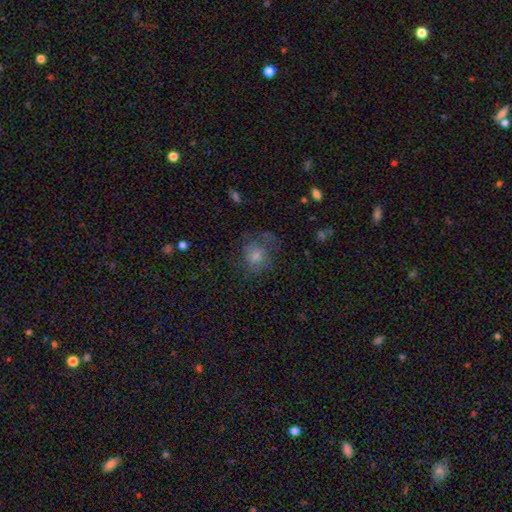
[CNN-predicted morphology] smooth 55%, featured or disk 25%, star or artifact 19%. Down the decision tree: how rounded — round (75%); merging — none (59%).